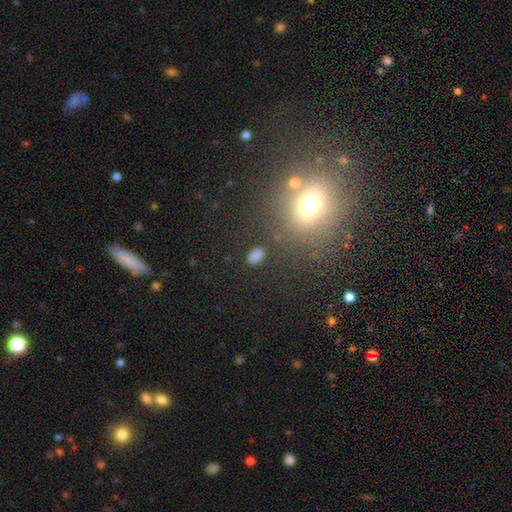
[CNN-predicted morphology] This appears to be a smooth galaxy with no disk features (79%) that is in between round and cigar-shaped (84%). Merging: none (83%).